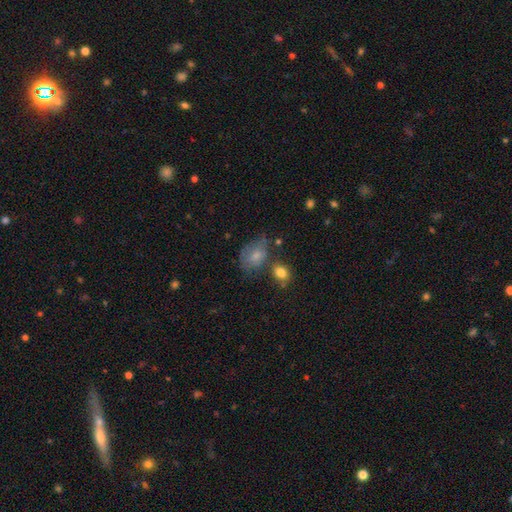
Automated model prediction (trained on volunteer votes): This is likely a smooth galaxy (71%). How rounded: likely in between (71%). Merging: marginally none (42%).